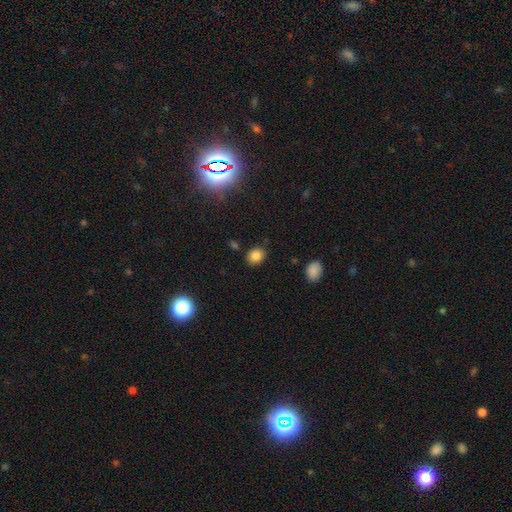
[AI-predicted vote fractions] smooth_or_featured: smooth (p=0.83) [alt: star or artifact p=0.11]
how_rounded: round (p=0.53) [alt: in between p=0.46]
merging: none (p=0.85) [alt: minor disturbance p=0.10]